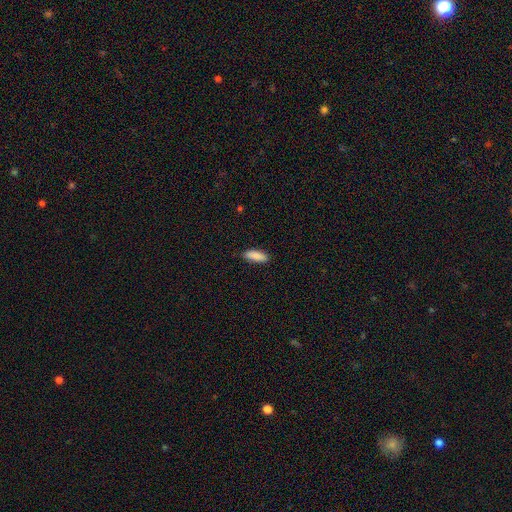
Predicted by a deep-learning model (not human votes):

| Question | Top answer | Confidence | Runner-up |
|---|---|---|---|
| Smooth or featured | smooth | 89% | star or artifact (6%) |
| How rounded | in between | 64% | cigar-shaped (35%) |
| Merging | none | 86% | minor disturbance (11%) |